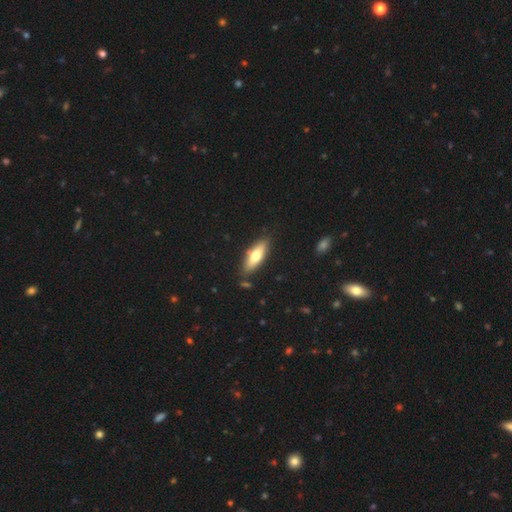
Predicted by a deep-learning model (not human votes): A smooth galaxy with no disk features (67%) that is in between round and cigar-shaped (56%).

Vote fractions:
- Smooth or featured? smooth: 67% / featured or disk: 27% / star or artifact: 6%
- How rounded? in between: 56% / cigar-shaped: 42% / round: 2%
- Merging? none: 84% / minor disturbance: 11% / merger: 3% / major disturbance: 2%